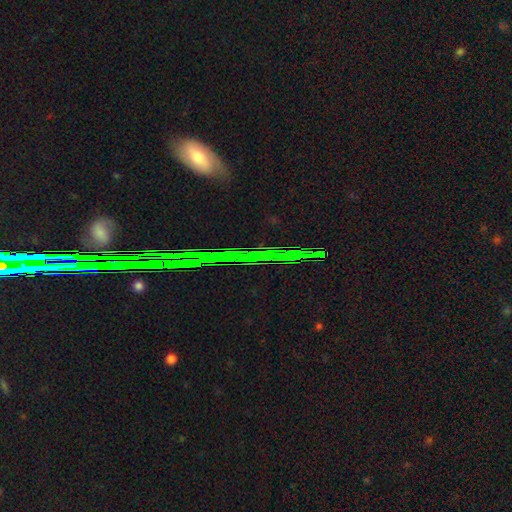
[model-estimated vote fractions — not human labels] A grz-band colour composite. It shows a star or artifact, not a galaxy (67%).